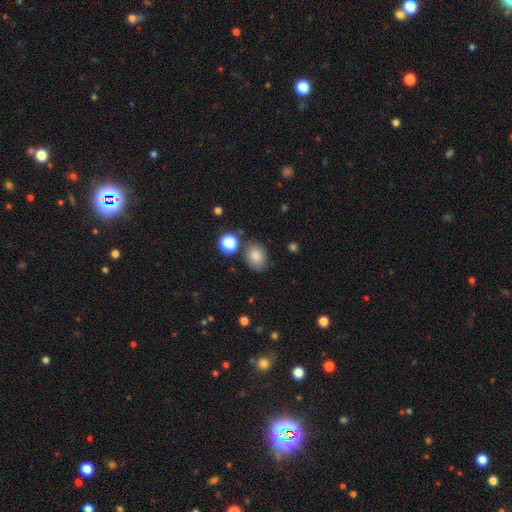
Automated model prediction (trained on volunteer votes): Smooth or featured? Predicted: smooth (p=0.83). How rounded? Predicted: in between (p=0.65). Merging? Predicted: none (p=0.75).